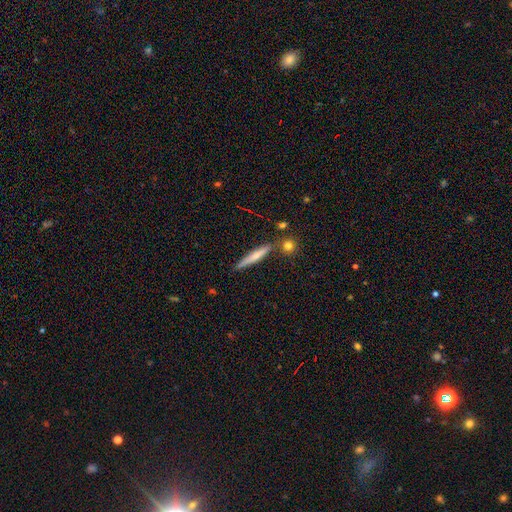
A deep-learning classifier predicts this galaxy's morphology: A smooth galaxy with no disk features (55%) that is cigar-shaped (93%).

Vote fractions:
- Smooth or featured? smooth: 55% / featured or disk: 38% / star or artifact: 7%
- How rounded? cigar-shaped: 93% / in between: 6% / round: 2%
- Merging? none: 80% / minor disturbance: 11% / merger: 6% / major disturbance: 2%